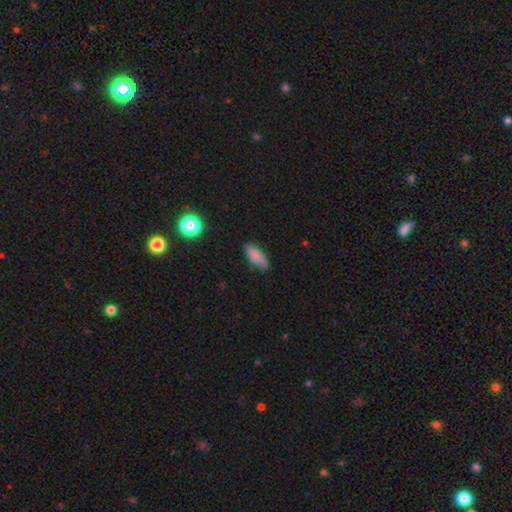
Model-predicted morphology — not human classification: smooth 82%, featured or disk 10%, star or artifact 8%. Down the decision tree: how rounded — in between (85%); merging — none (73%).